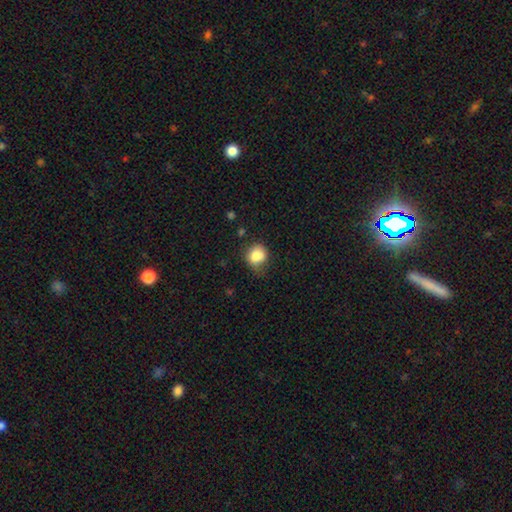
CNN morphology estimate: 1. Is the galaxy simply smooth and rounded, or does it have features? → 83% smooth, 10% star or artifact, 8% featured or disk.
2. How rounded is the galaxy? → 69% round, 30% in between, 1% cigar-shaped.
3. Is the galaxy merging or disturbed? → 55% none, 31% minor disturbance, 10% major disturbance, 4% merger.